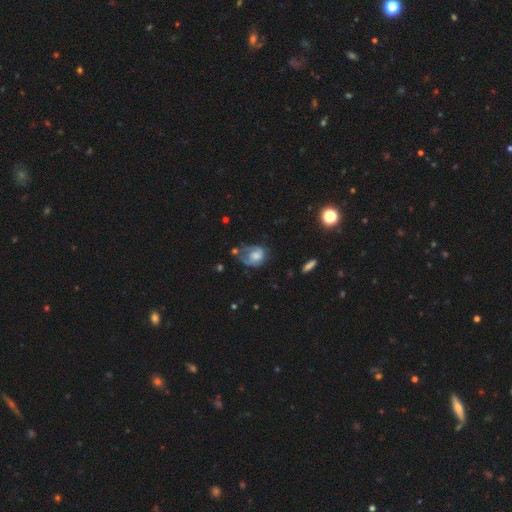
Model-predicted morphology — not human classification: Smooth or featured? smooth (53%)
How rounded? in between (51%)
Merging? major disturbance (33%)